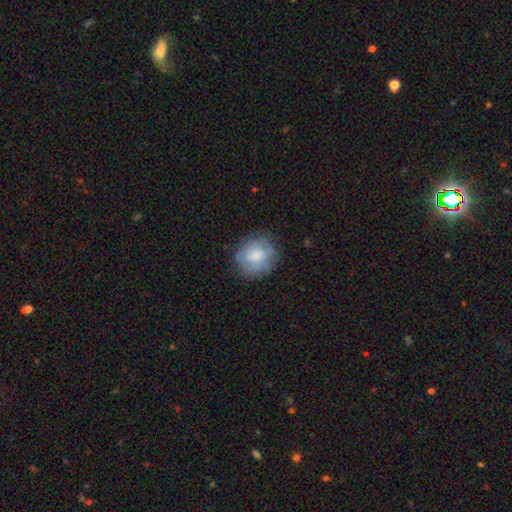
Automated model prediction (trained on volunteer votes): Smooth or featured? Predicted: smooth (p=0.61). How rounded? Predicted: round (p=0.84). Merging? Predicted: none (p=0.74).